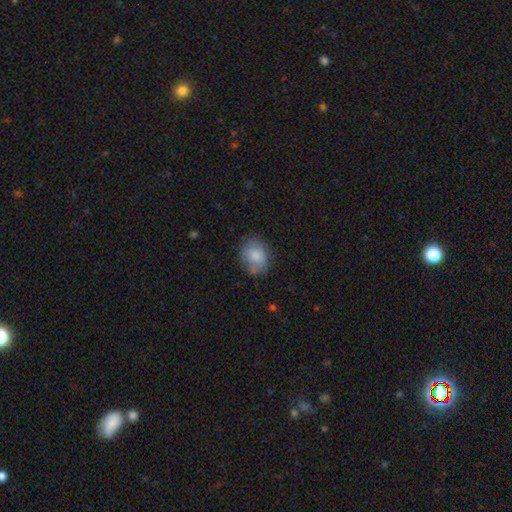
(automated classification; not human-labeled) Morphology: type=smooth (83%); roundness=in between (51%); merging=none (70%).